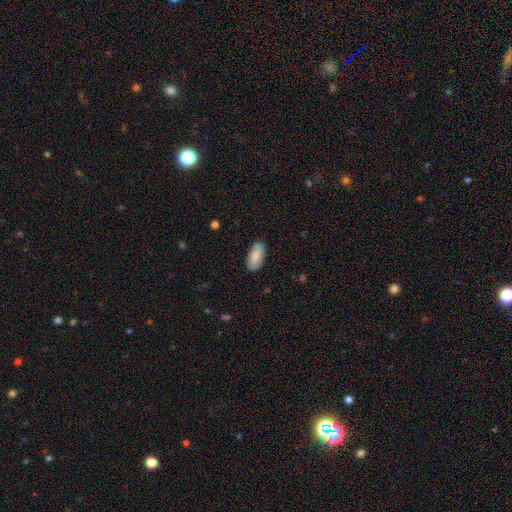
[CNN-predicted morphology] smooth_or_featured: smooth (p=0.83) [alt: featured or disk p=0.11]
how_rounded: in between (p=0.91) [alt: cigar-shaped p=0.07]
merging: none (p=0.86) [alt: minor disturbance p=0.11]